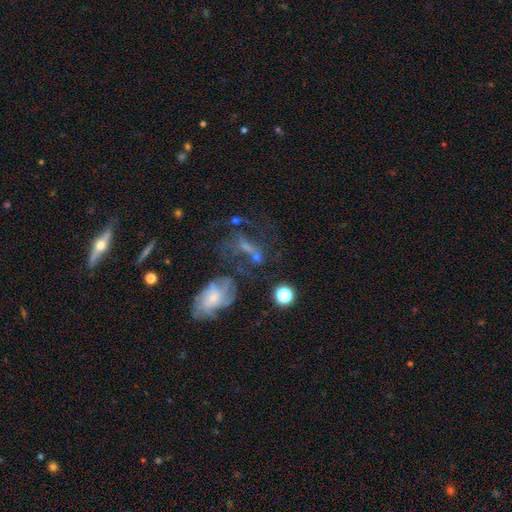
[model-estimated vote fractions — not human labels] Overall: featured or disk (50%; smooth 26%). Merging: none (42%; major disturbance 24%).